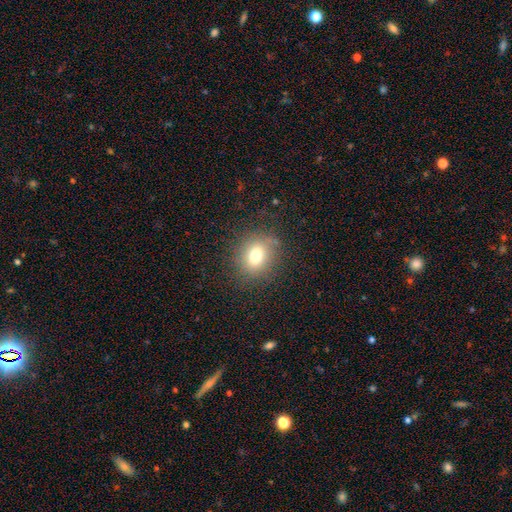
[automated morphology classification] Q: Smooth or featured?
A: smooth (74%); runner-up: star or artifact (14%)
Q: How rounded?
A: round (59%); runner-up: in between (39%)
Q: Merging?
A: none (82%); runner-up: minor disturbance (11%)